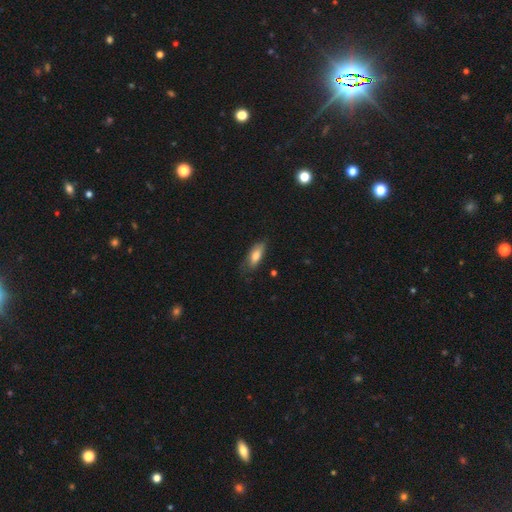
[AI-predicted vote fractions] Smooth or featured: smooth — 75% (featured or disk — 19%)
How rounded: in between — 72% (cigar-shaped — 26%)
Merging: none — 64% (minor disturbance — 27%)